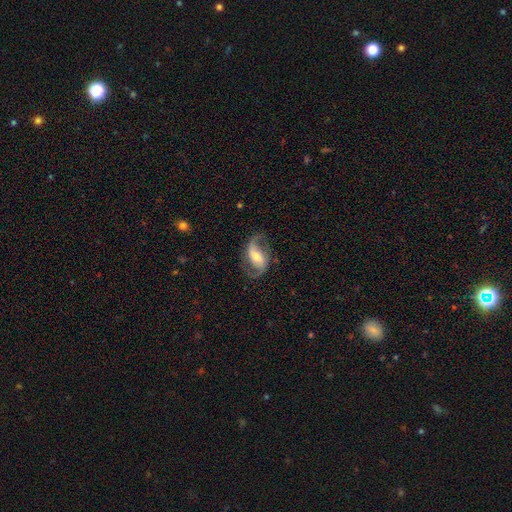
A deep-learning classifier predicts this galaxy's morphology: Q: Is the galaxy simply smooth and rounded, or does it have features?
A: featured or disk — 84%.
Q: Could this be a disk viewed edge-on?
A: no — 96%.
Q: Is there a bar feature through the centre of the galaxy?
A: weak — 39%.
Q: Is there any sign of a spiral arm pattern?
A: yes — 95%.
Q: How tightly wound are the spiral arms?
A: loose — 48%.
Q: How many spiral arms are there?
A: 2 — 91%.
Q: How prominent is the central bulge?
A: moderate — 59%.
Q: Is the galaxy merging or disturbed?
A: none — 77%.